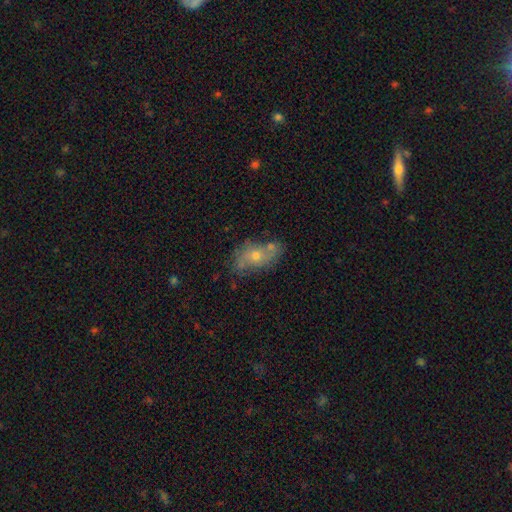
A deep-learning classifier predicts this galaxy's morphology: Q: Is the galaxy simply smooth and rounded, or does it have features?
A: featured or disk — 48%.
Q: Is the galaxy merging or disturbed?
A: none — 56%.